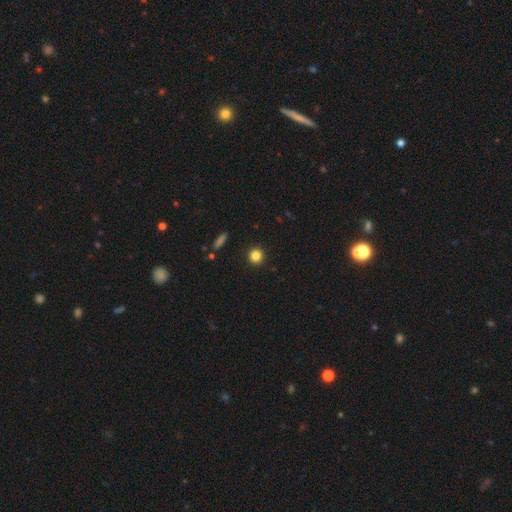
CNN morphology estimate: Smooth or featured?
  - smooth: 85% *
  - star or artifact: 11%
  - featured or disk: 4%
How rounded?
  - round: 93% *
  - in between: 6%
  - cigar-shaped: 1%
Merging?
  - none: 92% *
  - minor disturbance: 5%
  - major disturbance: 2%
  - merger: 1%